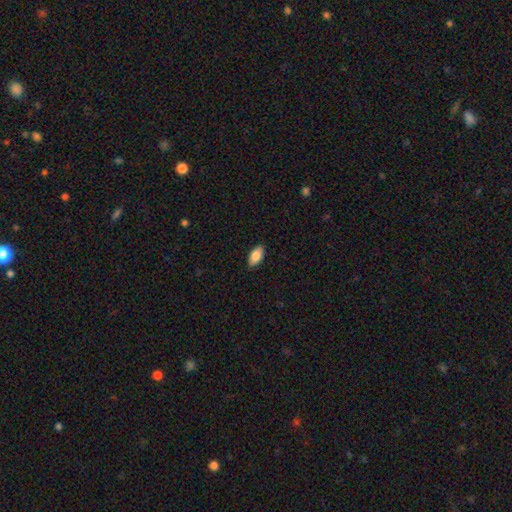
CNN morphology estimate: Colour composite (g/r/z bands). It shows a smooth galaxy with no disk features (83%) that is in between round and cigar-shaped (92%). Merging: none (88%).